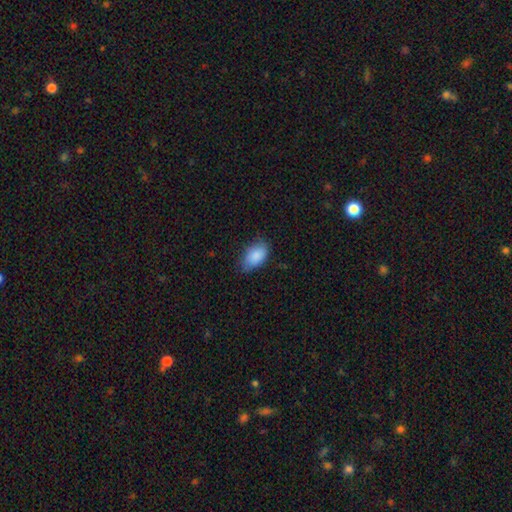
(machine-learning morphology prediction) smooth 87%, star or artifact 6%, featured or disk 6%. Down the decision tree: how rounded — in between (92%); merging — none (69%).